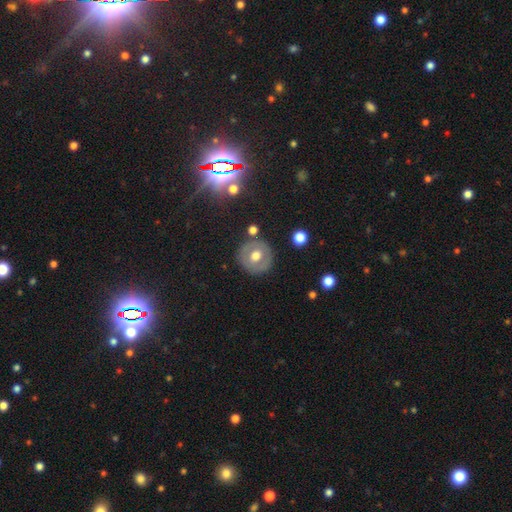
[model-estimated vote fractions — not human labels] Smooth or featured? smooth (51%)
How rounded? round (90%)
Merging? none (84%)